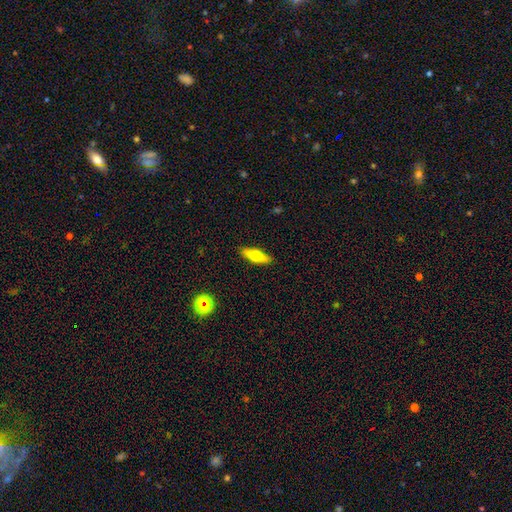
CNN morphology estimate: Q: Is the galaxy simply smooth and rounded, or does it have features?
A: smooth — 59%.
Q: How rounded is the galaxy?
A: cigar-shaped — 50%.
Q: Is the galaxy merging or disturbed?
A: none — 90%.